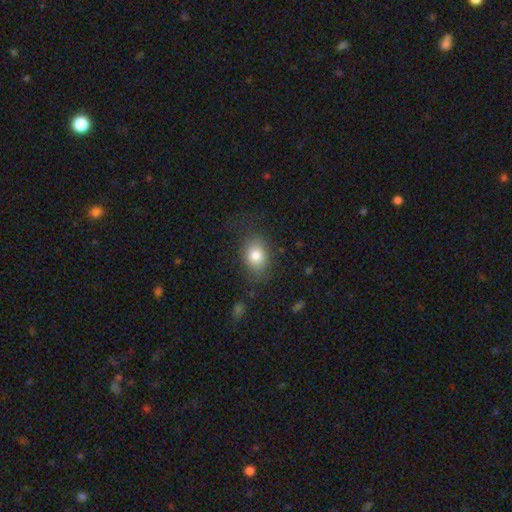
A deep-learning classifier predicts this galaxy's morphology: Smooth or featured: smooth — 81% (featured or disk — 10%)
How rounded: in between — 62% (round — 37%)
Merging: none — 71% (minor disturbance — 18%)